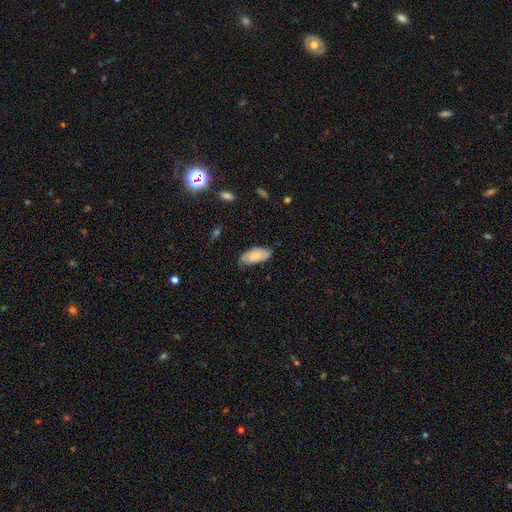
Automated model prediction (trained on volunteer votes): Smooth or featured?
  - smooth: 81% *
  - featured or disk: 13%
  - star or artifact: 6%
How rounded?
  - in between: 90% *
  - cigar-shaped: 8%
  - round: 2%
Merging?
  - none: 61% *
  - minor disturbance: 32%
  - major disturbance: 6%
  - merger: 1%